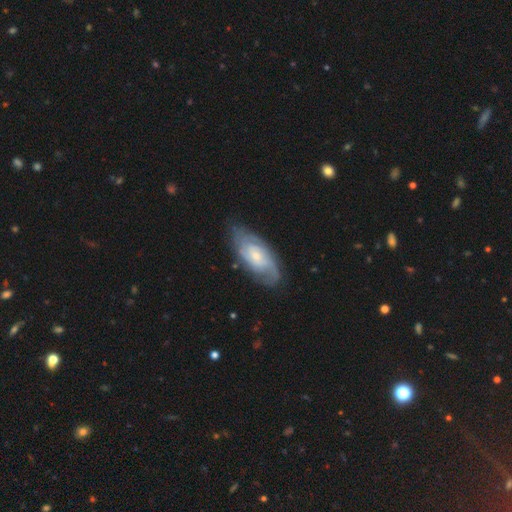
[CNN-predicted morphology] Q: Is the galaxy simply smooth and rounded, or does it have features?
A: featured or disk — 74%.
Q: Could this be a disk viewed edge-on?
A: no — 92%.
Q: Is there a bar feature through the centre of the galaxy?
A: no — 65%.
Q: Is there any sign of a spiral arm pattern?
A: yes — 91%.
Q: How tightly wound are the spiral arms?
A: tight — 54%.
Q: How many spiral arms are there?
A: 2 — 43%.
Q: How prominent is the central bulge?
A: small — 62%.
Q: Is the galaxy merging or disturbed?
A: none — 74%.